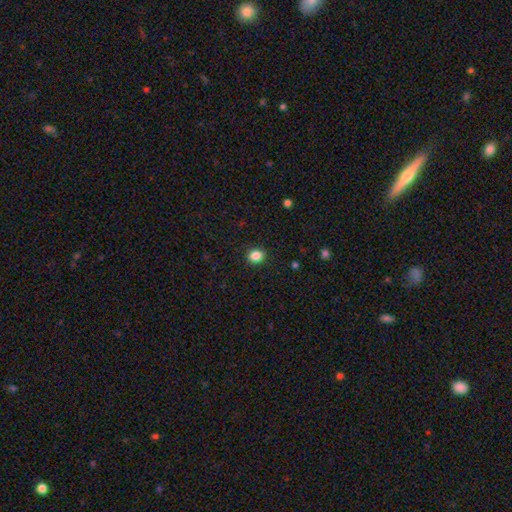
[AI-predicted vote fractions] Smooth or featured?
  - smooth: 86% *
  - star or artifact: 10%
  - featured or disk: 4%
How rounded?
  - round: 59% *
  - in between: 40%
  - cigar-shaped: 1%
Merging?
  - none: 90% *
  - minor disturbance: 7%
  - major disturbance: 2%
  - merger: 1%